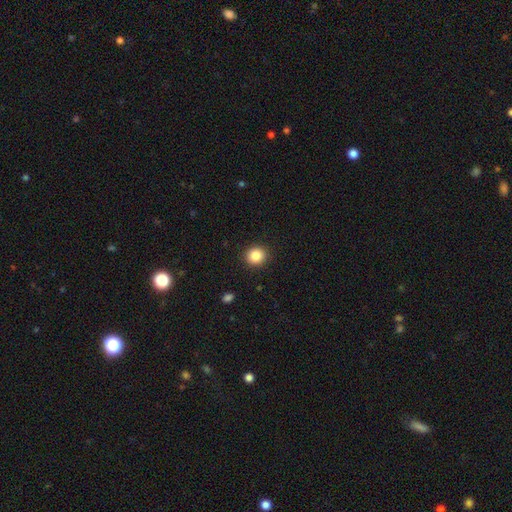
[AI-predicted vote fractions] The model was most divided on "smooth or featured": smooth: 86%, star or artifact: 10%, featured or disk: 4%. More confident: merging — none (92%); how rounded — round (90%).